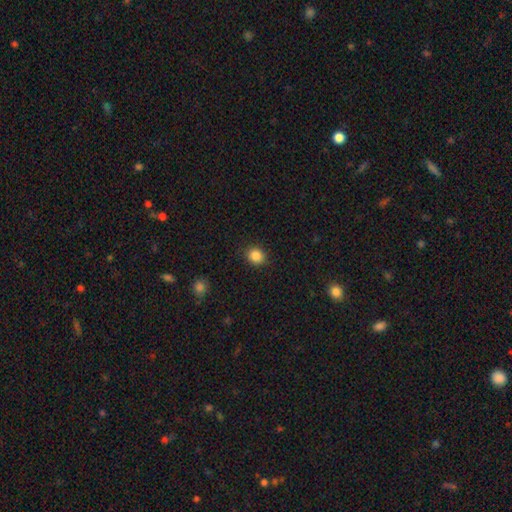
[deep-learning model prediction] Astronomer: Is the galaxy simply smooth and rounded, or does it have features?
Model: smooth — 86%.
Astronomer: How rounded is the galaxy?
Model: round — 79%.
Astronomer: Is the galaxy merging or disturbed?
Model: none — 90%.